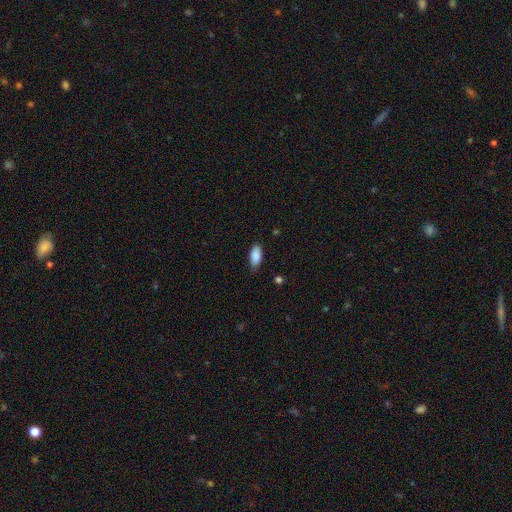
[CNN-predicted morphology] type=smooth (89%); roundness=in between (92%); merging=none (76%).